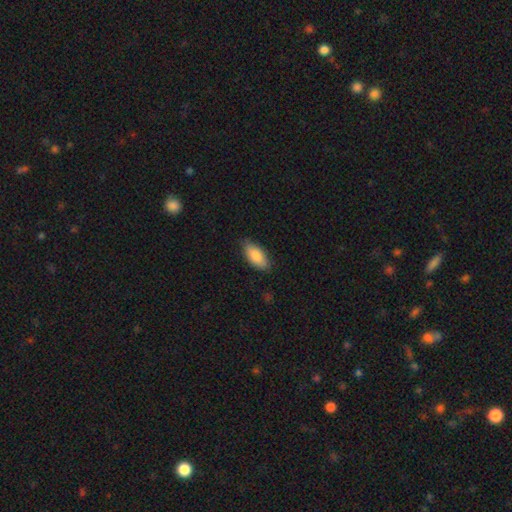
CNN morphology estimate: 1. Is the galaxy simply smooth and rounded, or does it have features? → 86% smooth, 9% featured or disk, 6% star or artifact.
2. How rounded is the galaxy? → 89% in between, 9% cigar-shaped, 2% round.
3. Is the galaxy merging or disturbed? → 82% none, 15% minor disturbance, 2% major disturbance, 1% merger.